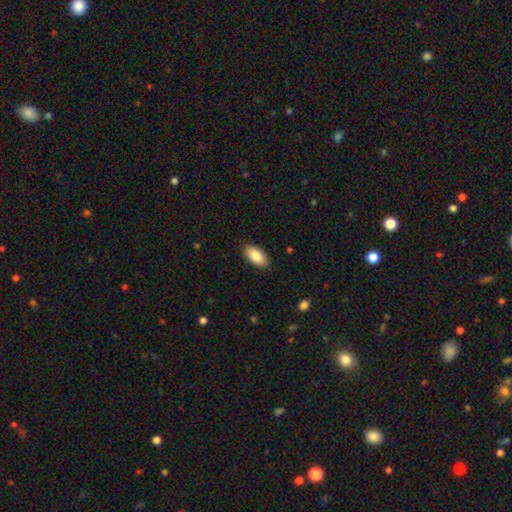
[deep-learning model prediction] This appears to be a smooth galaxy with no disk features (85%) that is in between round and cigar-shaped (94%). Merging: none (88%).